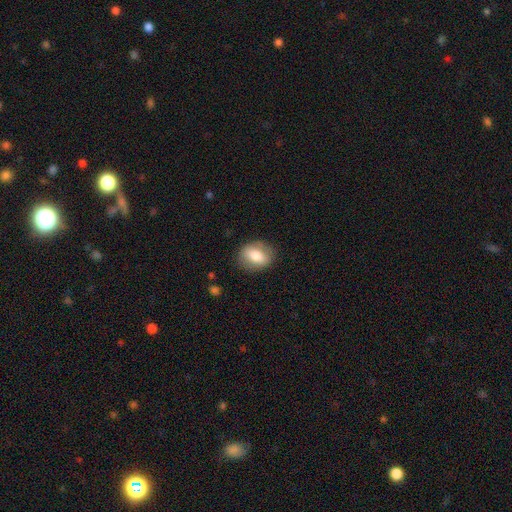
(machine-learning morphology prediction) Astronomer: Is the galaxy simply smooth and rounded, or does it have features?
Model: smooth — 73%.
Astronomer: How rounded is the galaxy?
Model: in between — 64%.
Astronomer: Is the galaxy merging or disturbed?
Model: none — 83%.